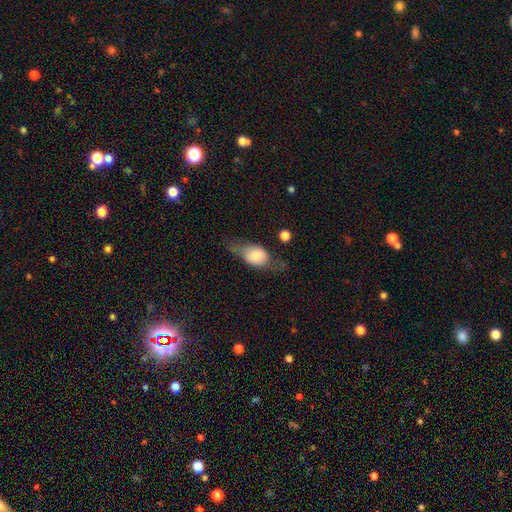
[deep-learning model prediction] This appears to be a smooth galaxy with no disk features (62%) that is in between round and cigar-shaped (75%). Merging: none (45%).